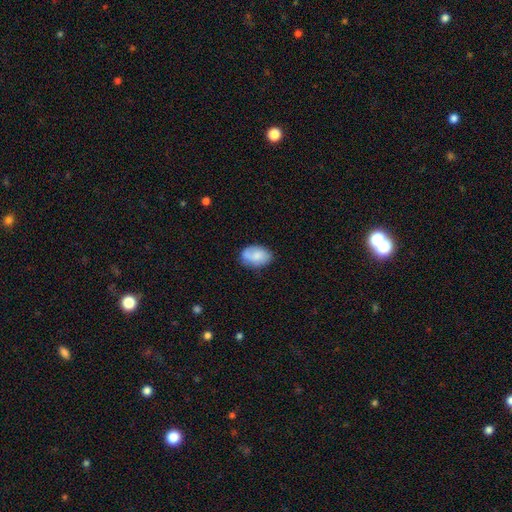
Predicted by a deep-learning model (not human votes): Q: Smooth or featured?
A: smooth (71%); runner-up: featured or disk (22%)
Q: How rounded?
A: in between (87%); runner-up: round (12%)
Q: Merging?
A: none (68%); runner-up: minor disturbance (23%)